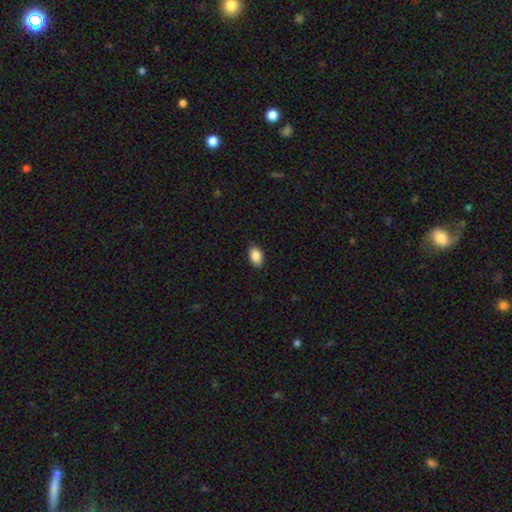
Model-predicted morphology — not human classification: A smooth galaxy with no disk features (88%) that is in between round and cigar-shaped (91%).

Vote fractions:
- Smooth or featured? smooth: 88% / star or artifact: 7% / featured or disk: 4%
- How rounded? in between: 91% / round: 8% / cigar-shaped: 1%
- Merging? none: 89% / minor disturbance: 8% / major disturbance: 2% / merger: 1%